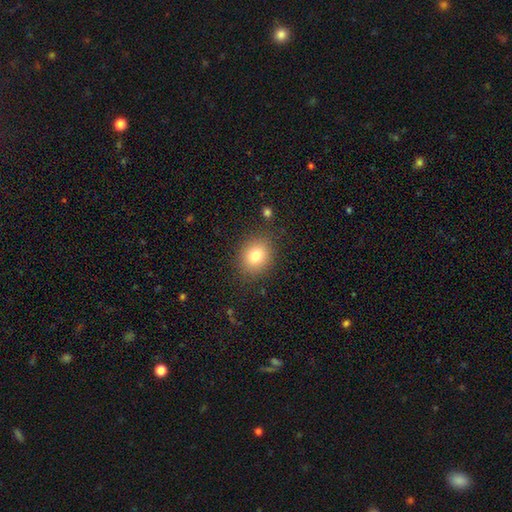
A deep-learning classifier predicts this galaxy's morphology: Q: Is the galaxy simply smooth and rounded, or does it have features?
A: smooth — 80%.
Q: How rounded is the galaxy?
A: round — 66%.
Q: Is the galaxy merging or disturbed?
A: none — 84%.